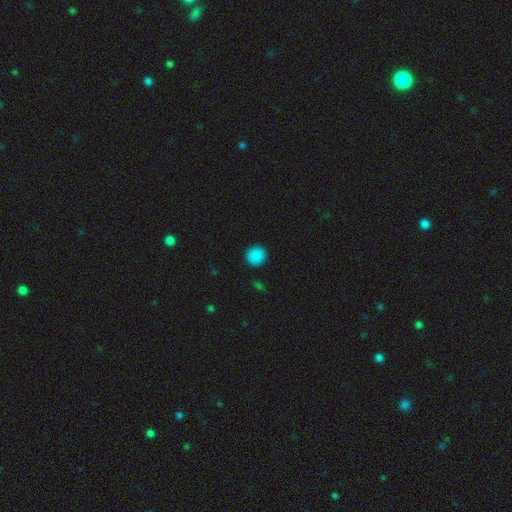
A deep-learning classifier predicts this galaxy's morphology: smooth-or-featured: smooth: 87% | star or artifact: 10% | featured or disk: 3%
  how-rounded: round: 92% | in between: 7% | cigar-shaped: 1%
  merging: none: 91% | minor disturbance: 6% | major disturbance: 2% | merger: 1%